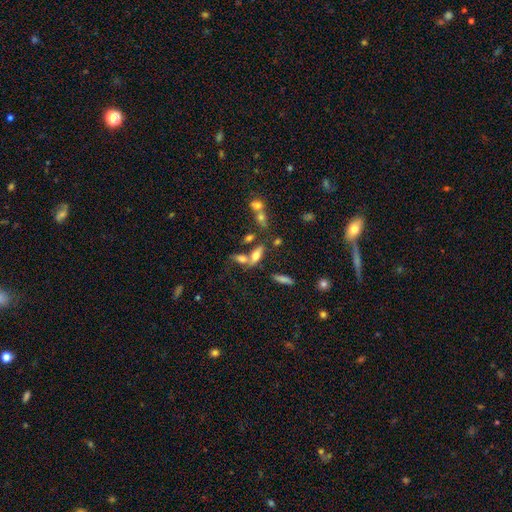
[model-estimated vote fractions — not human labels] Smooth or featured?
  - smooth: 58% *
  - featured or disk: 30%
  - star or artifact: 13%
How rounded?
  - in between: 66% *
  - cigar-shaped: 29%
  - round: 5%
Merging?
  - none: 46% *
  - merger: 34%
  - minor disturbance: 13%
  - major disturbance: 7%